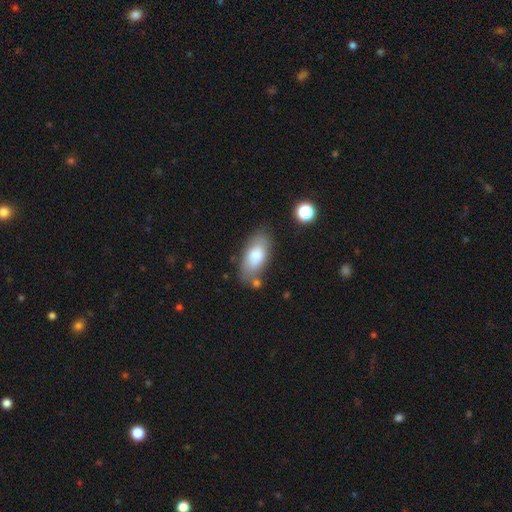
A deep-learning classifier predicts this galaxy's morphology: Q: Smooth or featured?
A: smooth (78%); runner-up: featured or disk (15%)
Q: How rounded?
A: in between (90%); runner-up: cigar-shaped (7%)
Q: Merging?
A: none (69%); runner-up: minor disturbance (18%)